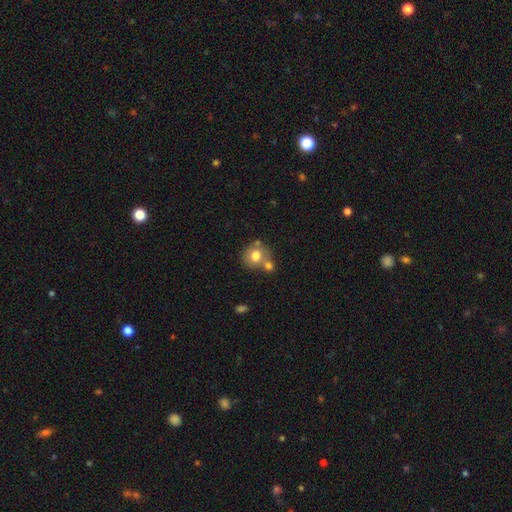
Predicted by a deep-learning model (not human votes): Morphology: type=smooth (73%); roundness=round (80%); merging=none (51%).